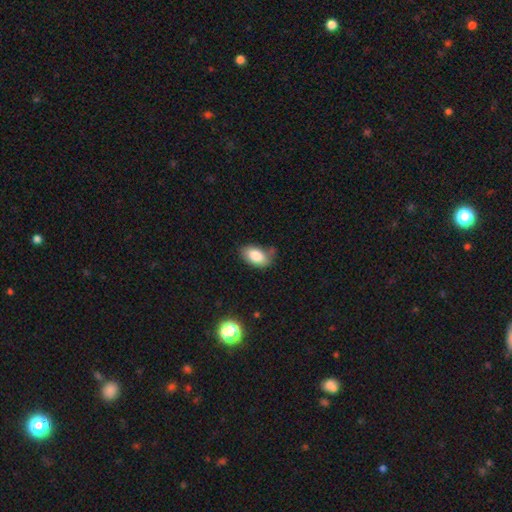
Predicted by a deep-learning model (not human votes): This appears to be a smooth galaxy with no disk features (84%) that is in between round and cigar-shaped (92%). Merging: none (66%).